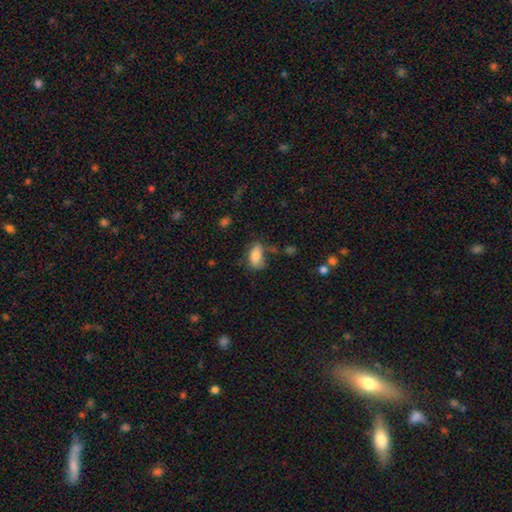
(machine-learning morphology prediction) Smooth or featured?
  - smooth: 80% *
  - featured or disk: 12%
  - star or artifact: 8%
How rounded?
  - in between: 90% *
  - round: 5%
  - cigar-shaped: 4%
Merging?
  - none: 54% *
  - minor disturbance: 28%
  - major disturbance: 12%
  - merger: 6%